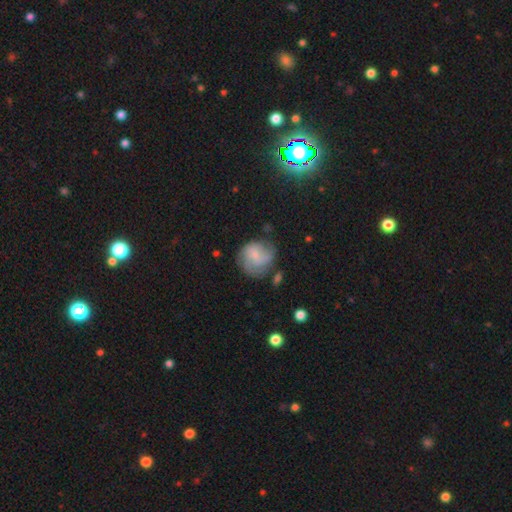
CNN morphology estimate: Smooth or featured? featured or disk (49%)
Merging? none (58%)